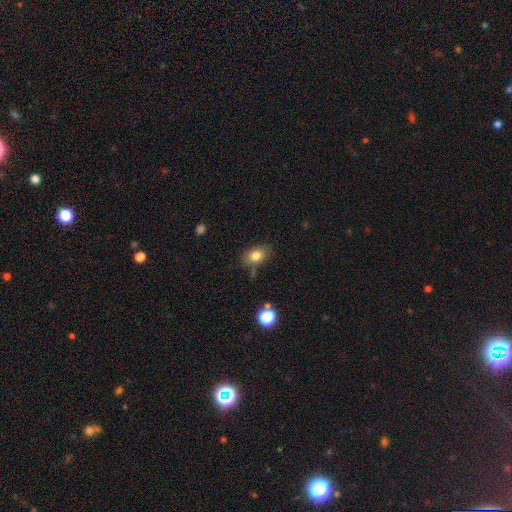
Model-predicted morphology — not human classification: Smooth or featured? Predicted: smooth (p=0.81). How rounded? Predicted: in between (p=0.77). Merging? Predicted: none (p=0.74).